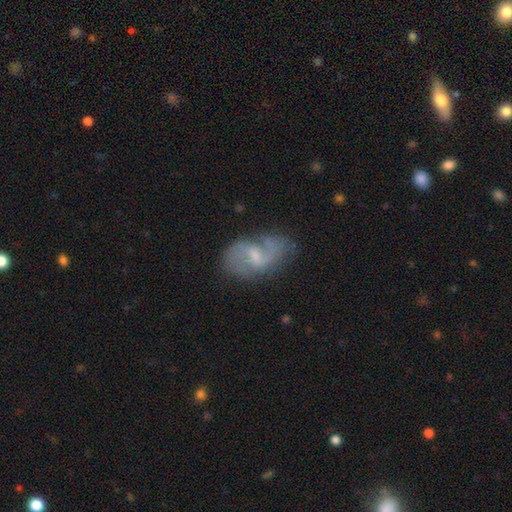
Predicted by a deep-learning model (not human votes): This is likely a featured or disk galaxy (74%). It is clearly not viewed edge-on (97%). Bar: likely weak (62%). Spiral arm pattern: clearly yes (87%). Spiral arm count: likely 2 (79%). Spiral winding: possibly loose (47%). Central bulge: marginally small (44%). Merging: possibly none (60%).